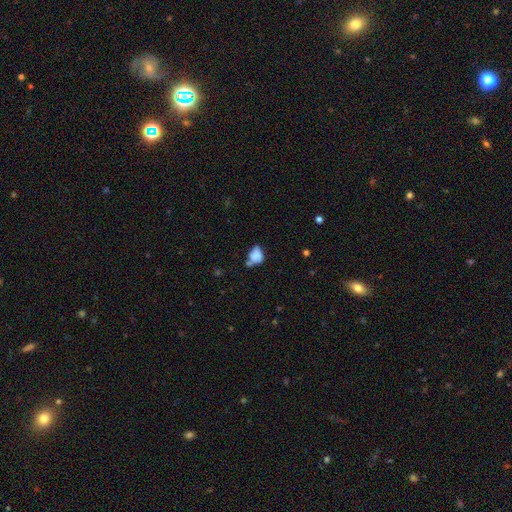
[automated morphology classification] This is likely a smooth galaxy (72%). How rounded: likely in between (72%). Merging: marginally none (31%).